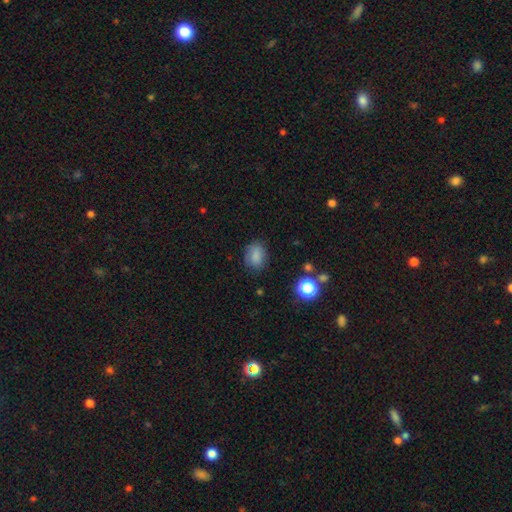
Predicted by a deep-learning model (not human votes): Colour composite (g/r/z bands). It shows a smooth galaxy with no disk features (81%) that is in between round and cigar-shaped (65%). Merging: none (74%).